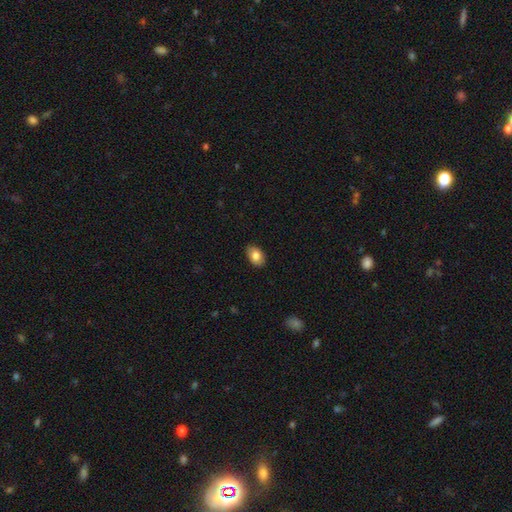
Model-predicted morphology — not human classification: The model was most divided on "smooth or featured": smooth: 82%, featured or disk: 10%, star or artifact: 7%. More confident: merging — none (89%); how rounded — in between (88%).